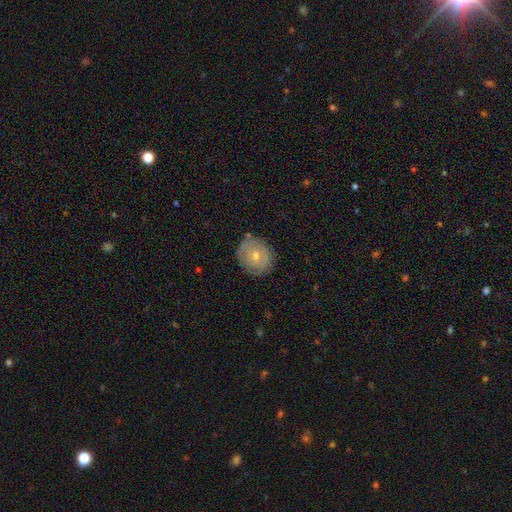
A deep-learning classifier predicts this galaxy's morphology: type=featured or disk (53%); edge-on=no (95%); bar=no (84%); spiral arms=yes (58%); bulge=small (53%); merging=none (83%).